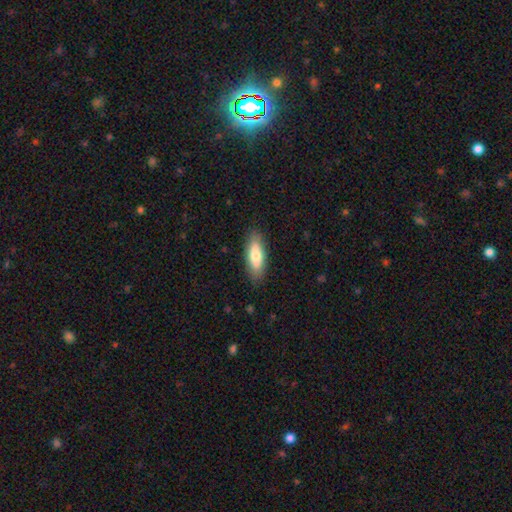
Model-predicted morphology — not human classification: Smooth or featured? smooth (75%)
How rounded? in between (64%)
Merging? none (87%)